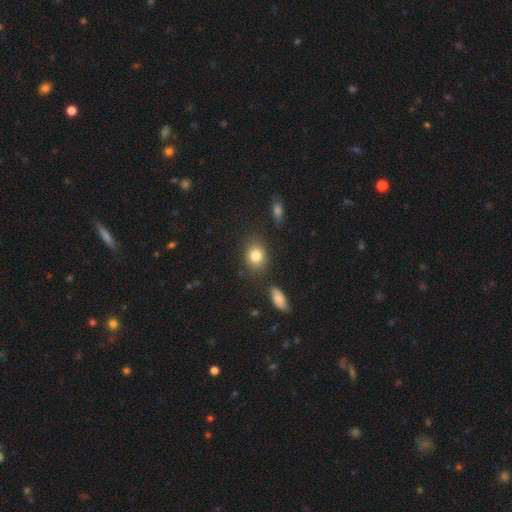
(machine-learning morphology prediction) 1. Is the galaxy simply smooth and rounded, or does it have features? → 83% smooth, 9% star or artifact, 8% featured or disk.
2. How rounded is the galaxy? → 51% in between, 48% round, 1% cigar-shaped.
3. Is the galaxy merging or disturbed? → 78% none, 13% minor disturbance, 5% merger, 4% major disturbance.